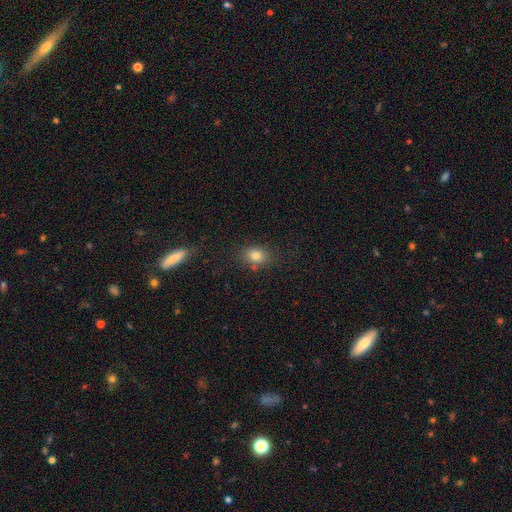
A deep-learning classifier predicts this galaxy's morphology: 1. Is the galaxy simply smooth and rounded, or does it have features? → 79% smooth, 13% star or artifact, 8% featured or disk.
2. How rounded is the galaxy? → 57% in between, 42% round, 1% cigar-shaped.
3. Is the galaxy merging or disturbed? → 78% none, 13% minor disturbance, 4% major disturbance, 4% merger.